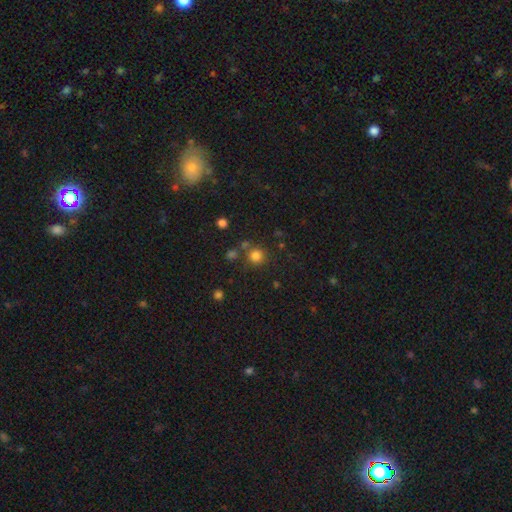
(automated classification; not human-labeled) This is likely a smooth galaxy (79%). How rounded: clearly round (92%). Merging: likely none (75%).